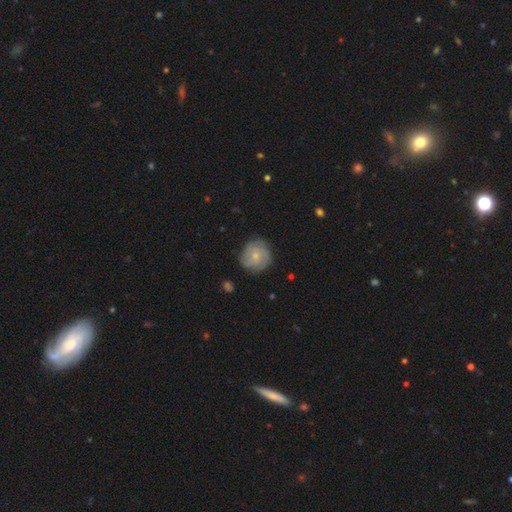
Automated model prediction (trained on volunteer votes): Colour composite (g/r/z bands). It shows a featured or disk galaxy (48%). Merging: none (77%).